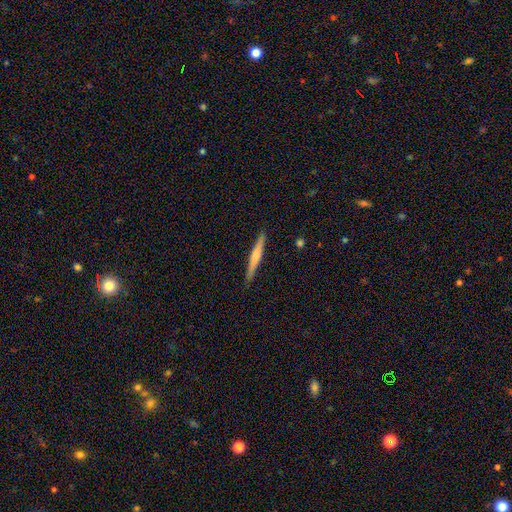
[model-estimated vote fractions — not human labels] smooth_or_featured: smooth (p=0.55) [alt: featured or disk p=0.40]
how_rounded: cigar-shaped (p=0.96) [alt: in between p=0.03]
merging: none (p=0.89) [alt: minor disturbance p=0.08]